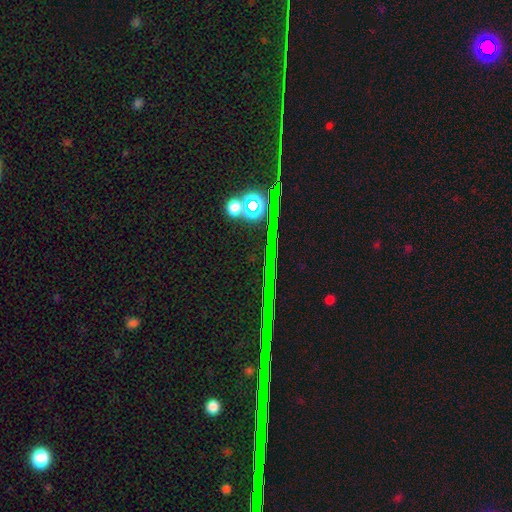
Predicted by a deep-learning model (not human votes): Overall: star or artifact (83%).